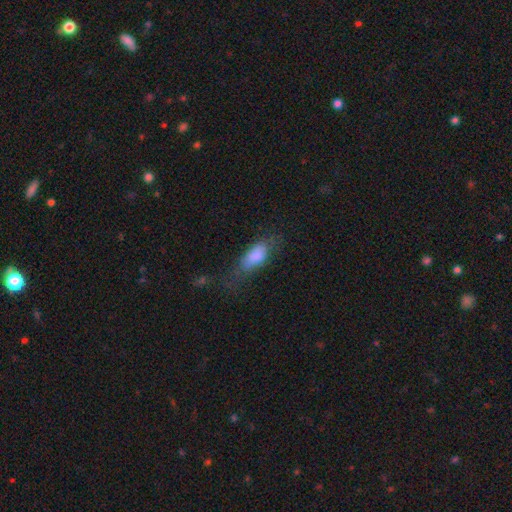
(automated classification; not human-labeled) smooth_or_featured: smooth (p=0.79) [alt: featured or disk p=0.13]
how_rounded: in between (p=0.82) [alt: cigar-shaped p=0.14]
merging: none (p=0.39) [alt: minor disturbance p=0.29]